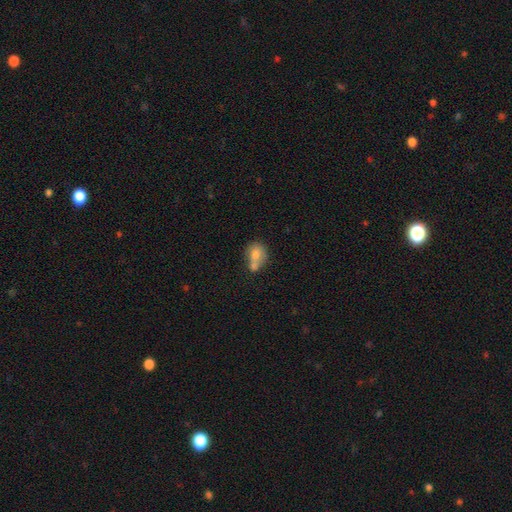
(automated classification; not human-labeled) This appears to be a smooth galaxy with no disk features (74%) that is in between round and cigar-shaped (56%). Merging: merger (51%).